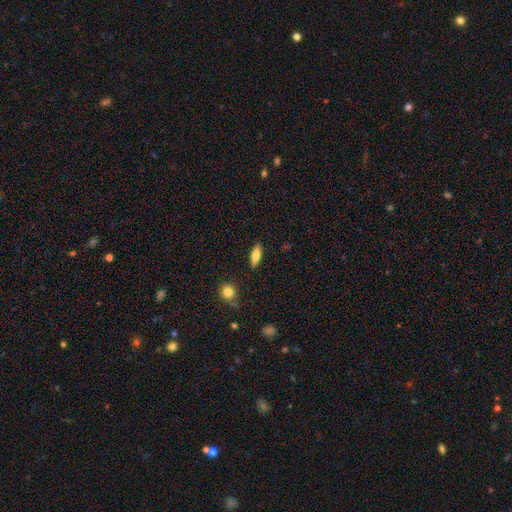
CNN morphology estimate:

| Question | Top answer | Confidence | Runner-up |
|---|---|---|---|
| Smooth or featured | smooth | 69% | featured or disk (24%) |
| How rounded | in between | 63% | cigar-shaped (34%) |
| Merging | none | 88% | minor disturbance (8%) |